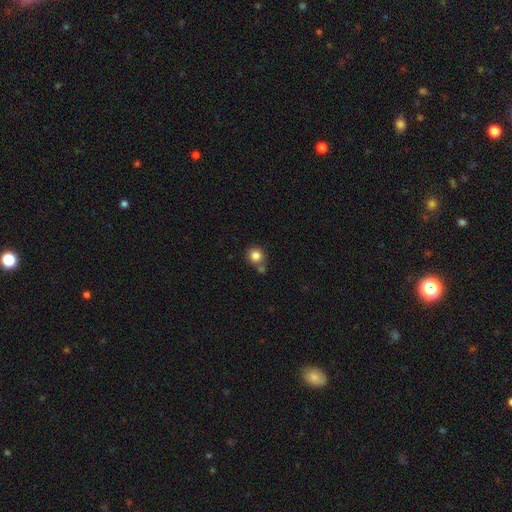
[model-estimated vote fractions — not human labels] This is clearly a smooth galaxy (83%). How rounded: clearly round (91%). Merging: likely none (68%).